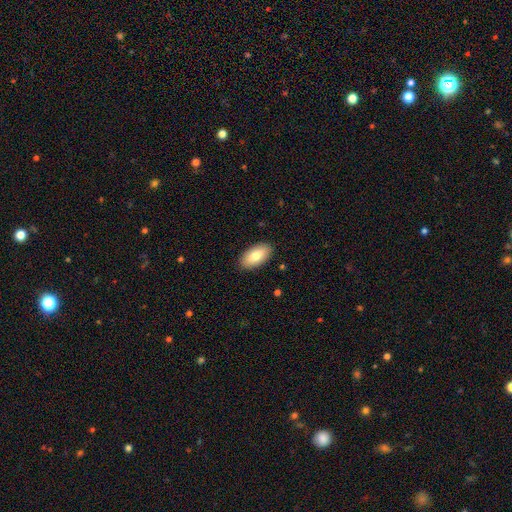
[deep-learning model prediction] This is clearly a smooth galaxy (80%). How rounded: clearly in between (94%). Merging: clearly none (89%).